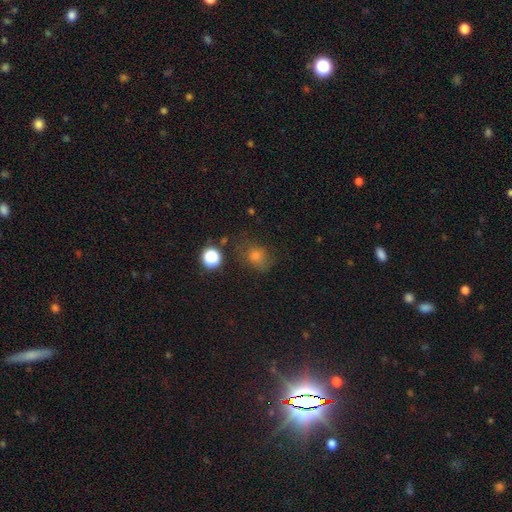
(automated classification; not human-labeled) A smooth galaxy with no disk features (63%) that is round (58%). Merging: none (67%).